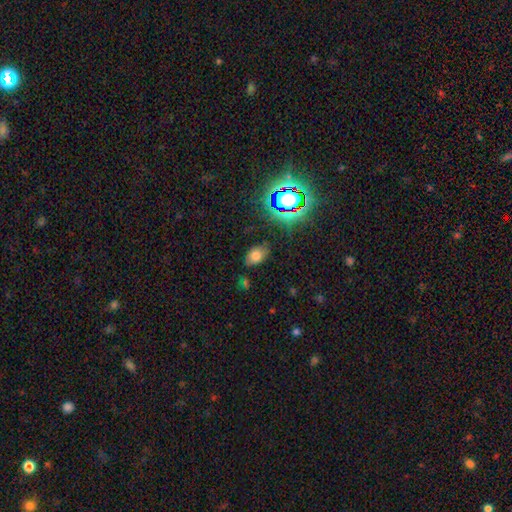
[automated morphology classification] A smooth galaxy with no disk features (70%) that is in between round and cigar-shaped (87%). Merging: none (77%).